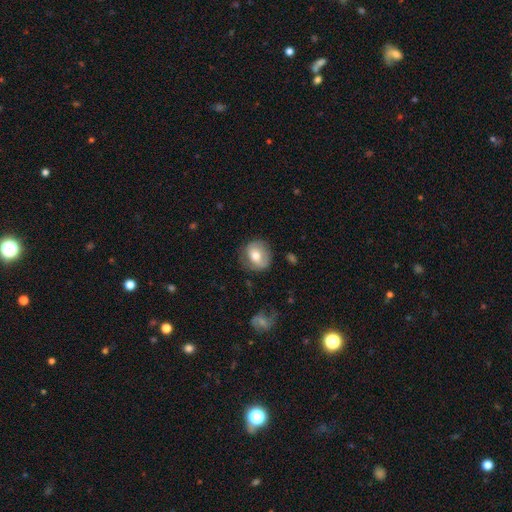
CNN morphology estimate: smooth-or-featured: smooth: 61% | featured or disk: 31% | star or artifact: 8%
  how-rounded: round: 70% | in between: 29% | cigar-shaped: 1%
  merging: none: 71% | minor disturbance: 20% | major disturbance: 7% | merger: 2%